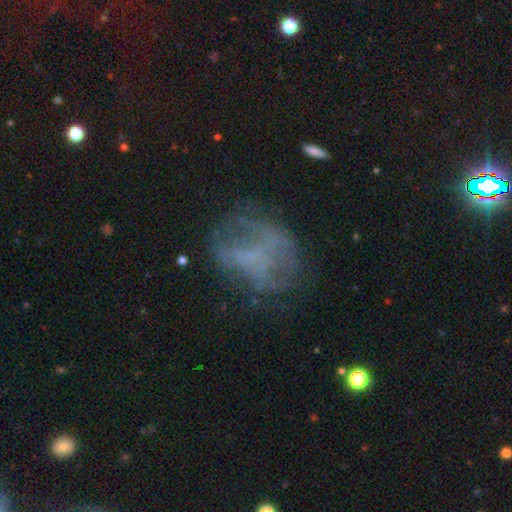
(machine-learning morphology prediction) This is possibly a featured or disk galaxy (52%). It is clearly not viewed edge-on (97%). Bar: likely no (79%). Spiral arm pattern: likely no (75%). Central bulge: likely none (74%). Merging: possibly none (50%).